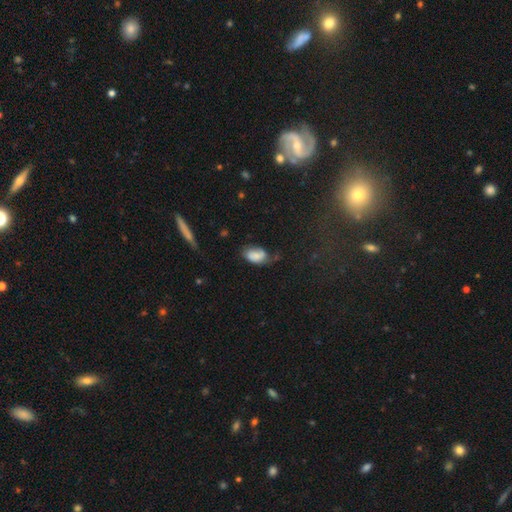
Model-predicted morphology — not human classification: type=smooth (65%); roundness=in between (91%); merging=none (41%).